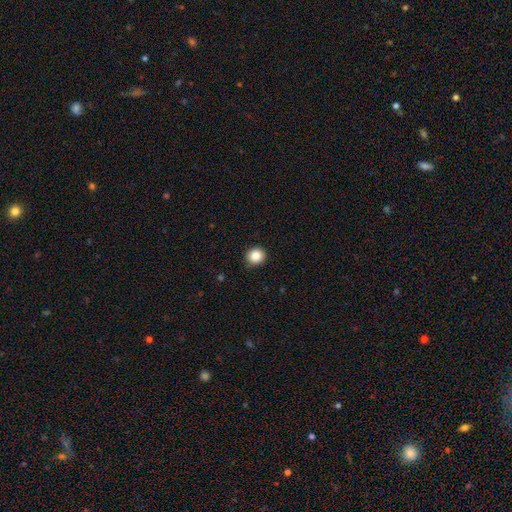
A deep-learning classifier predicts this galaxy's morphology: Smooth or featured? Predicted: smooth (p=0.85). How rounded? Predicted: round (p=0.89). Merging? Predicted: none (p=0.90).